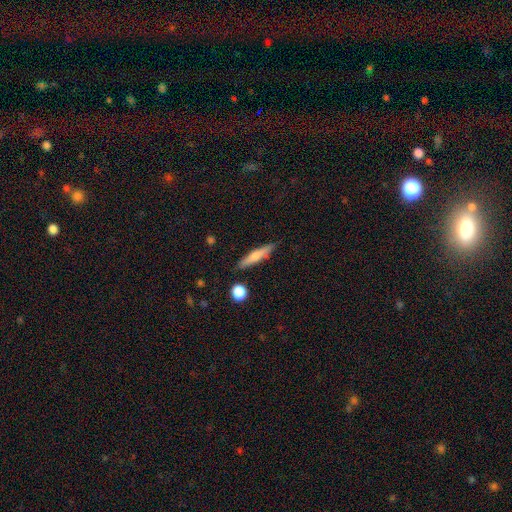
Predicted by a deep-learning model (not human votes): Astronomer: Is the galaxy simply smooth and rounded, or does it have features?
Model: smooth — 59% (runner-up: featured or disk, 35%).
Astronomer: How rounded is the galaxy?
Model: cigar-shaped — 86%.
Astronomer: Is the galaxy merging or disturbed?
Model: none — 85%.